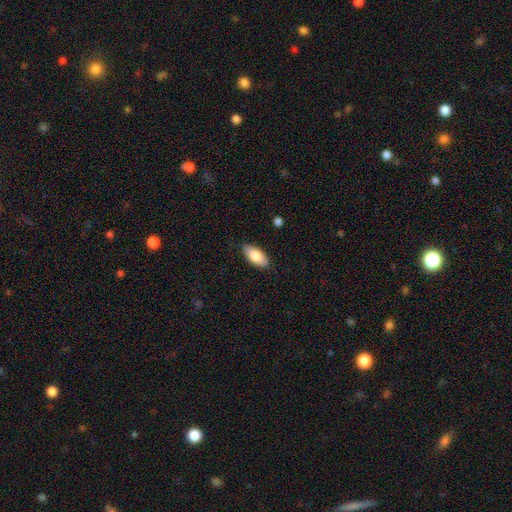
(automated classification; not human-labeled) Q: Smooth or featured?
A: smooth (81%); runner-up: featured or disk (13%)
Q: How rounded?
A: in between (89%); runner-up: cigar-shaped (9%)
Q: Merging?
A: none (86%); runner-up: minor disturbance (11%)